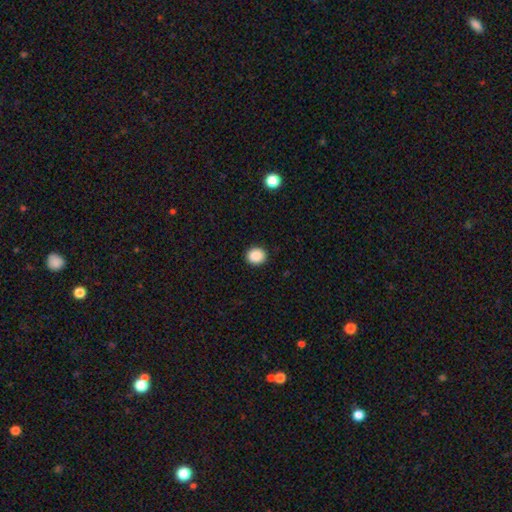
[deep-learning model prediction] Overall: smooth (89%). How rounded: round (81%). Merging: none (92%).